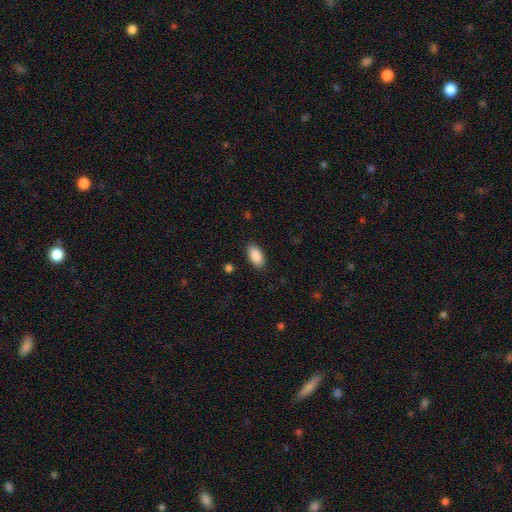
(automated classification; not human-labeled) A smooth galaxy with no disk features (90%) that is in between round and cigar-shaped (93%). Merging: none (88%).